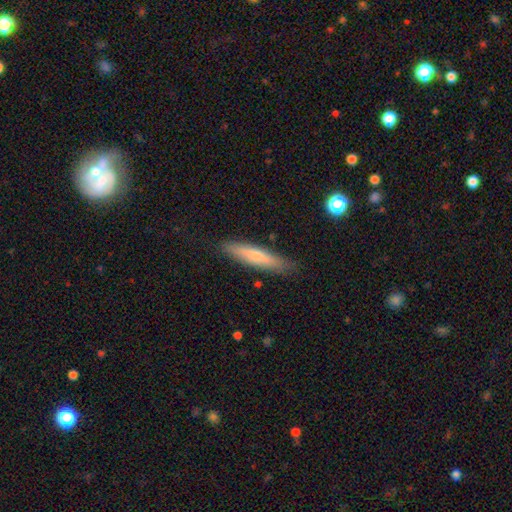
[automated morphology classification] The model was most divided on "smooth or featured": smooth: 67%, featured or disk: 26%, star or artifact: 6%. More confident: how rounded — cigar-shaped (88%); merging — none (85%).